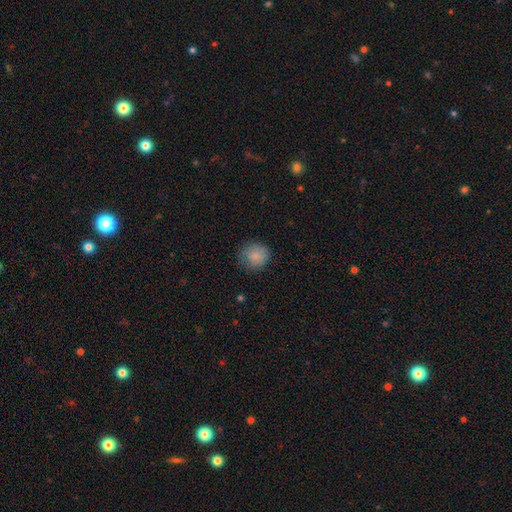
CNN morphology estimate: Smooth or featured? Predicted: smooth (p=0.85). How rounded? Predicted: round (p=0.90). Merging? Predicted: none (p=0.81).